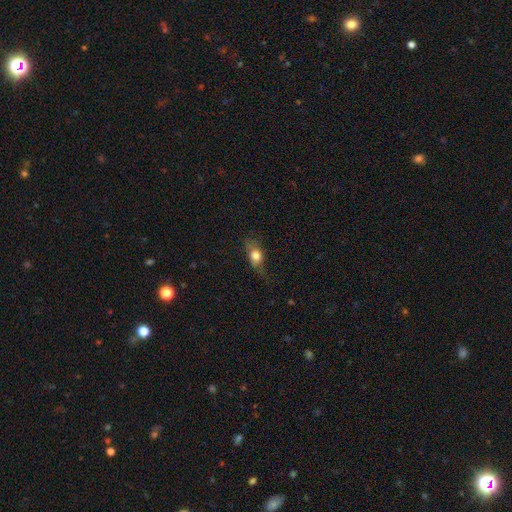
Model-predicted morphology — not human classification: type=smooth (74%); roundness=in between (68%); merging=none (54%).